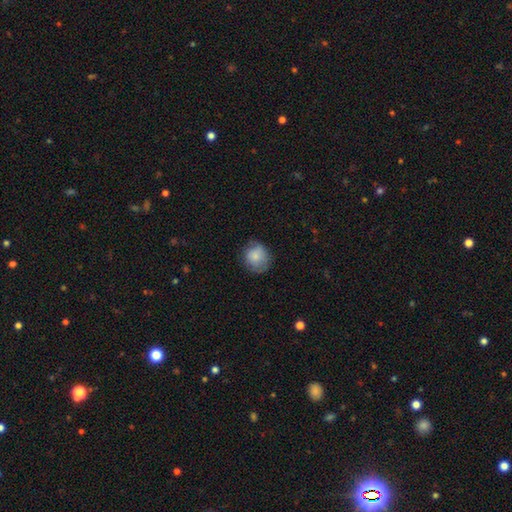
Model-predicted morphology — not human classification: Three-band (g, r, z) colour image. It shows a smooth galaxy with no disk features (80%) that is round (81%). Merging: none (70%).